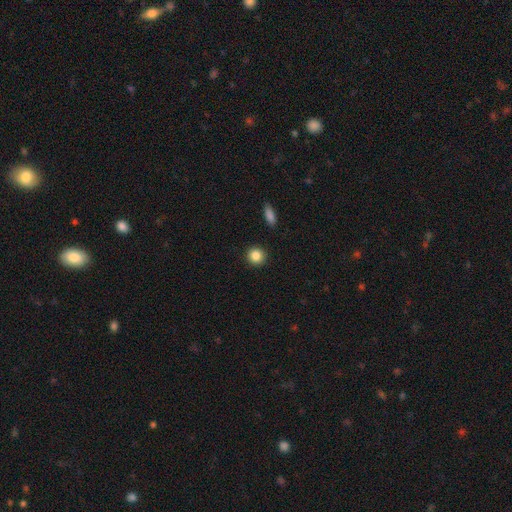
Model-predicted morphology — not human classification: A smooth galaxy with no disk features (86%) that is round (91%). Merging: none (92%).